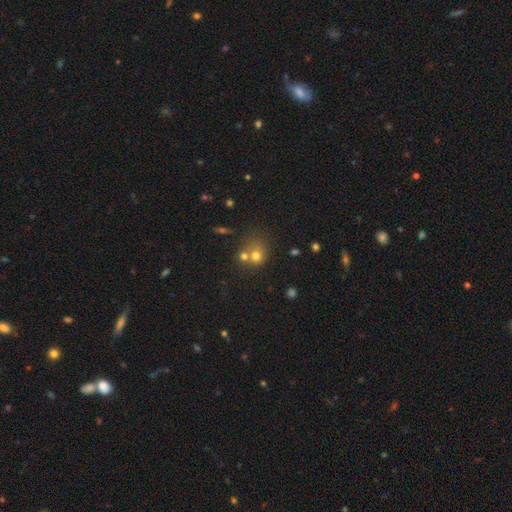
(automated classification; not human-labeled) Morphology: type=smooth (69%); roundness=round (74%); merging=merger (43%).